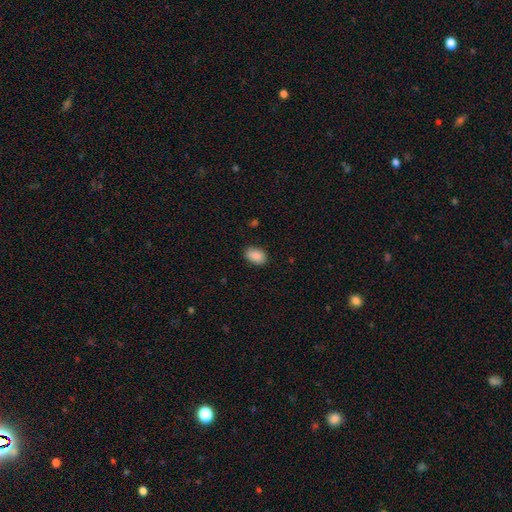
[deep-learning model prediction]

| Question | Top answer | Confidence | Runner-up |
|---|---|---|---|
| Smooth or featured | smooth | 90% | star or artifact (7%) |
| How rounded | in between | 88% | round (11%) |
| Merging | none | 87% | minor disturbance (10%) |